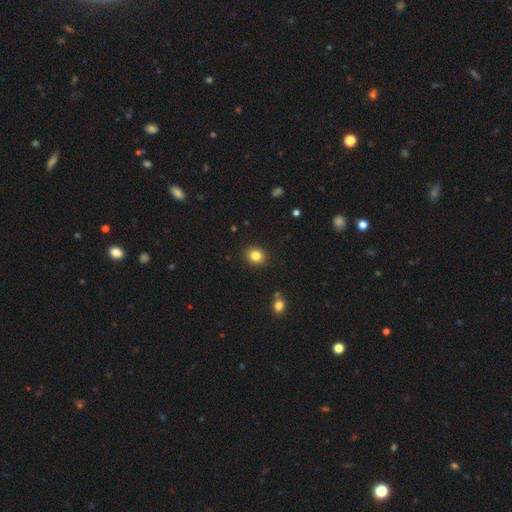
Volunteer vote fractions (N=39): This appears to be a smooth galaxy with no disk features (85%) that is round (67%). Merging: none (97%).